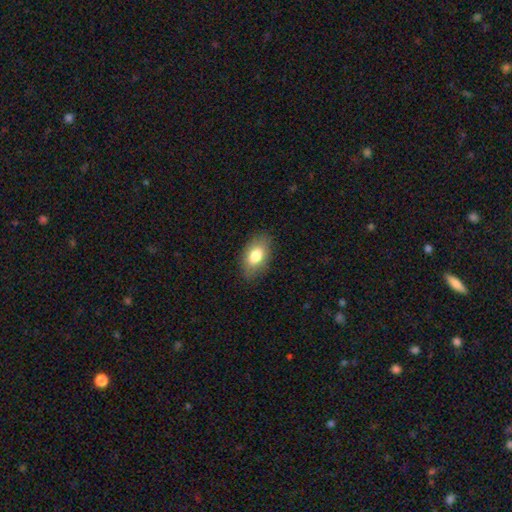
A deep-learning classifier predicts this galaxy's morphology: Overall: smooth (78%). How rounded: in between (90%). Merging: none (84%).